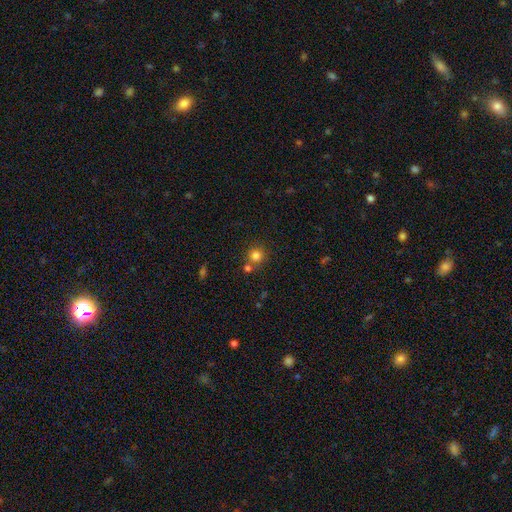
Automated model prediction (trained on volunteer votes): smooth-or-featured: smooth: 81% | star or artifact: 13% | featured or disk: 6%
  how-rounded: round: 92% | in between: 7% | cigar-shaped: 1%
  merging: none: 70% | merger: 19% | minor disturbance: 8% | major disturbance: 3%